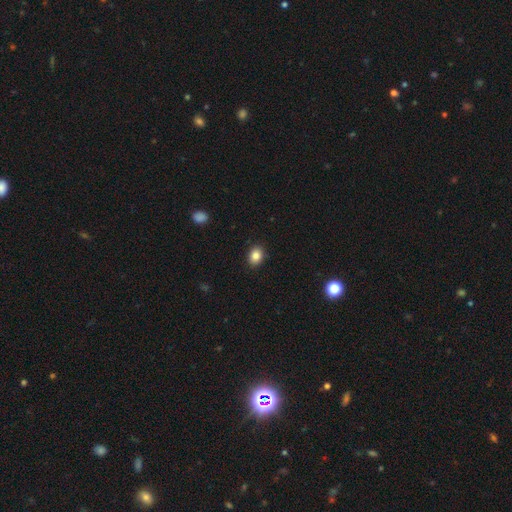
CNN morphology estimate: smooth_or_featured: smooth (p=0.85) [alt: star or artifact p=0.09]
how_rounded: in between (p=0.58) [alt: round p=0.41]
merging: none (p=0.89) [alt: minor disturbance p=0.08]